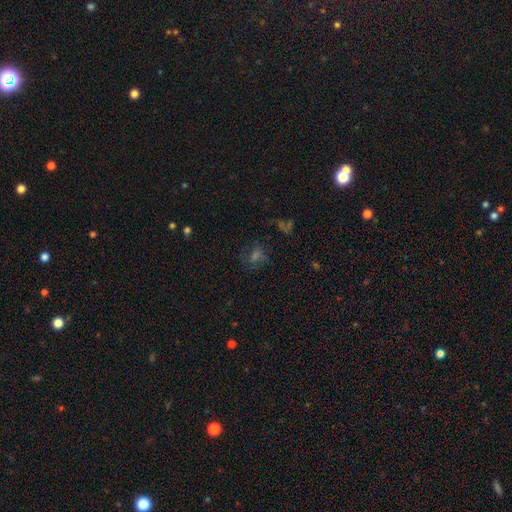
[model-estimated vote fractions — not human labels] Overall: star or artifact (40%; smooth 38%).